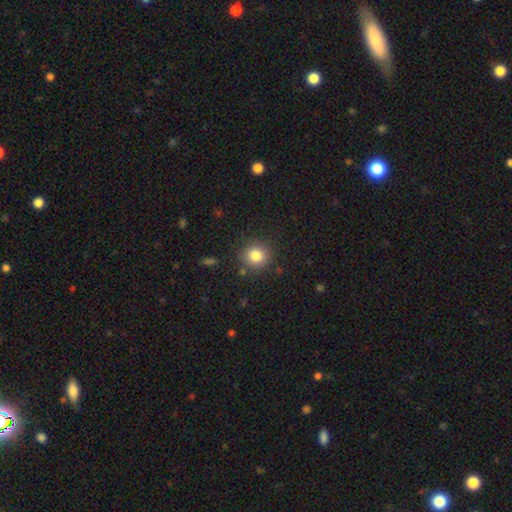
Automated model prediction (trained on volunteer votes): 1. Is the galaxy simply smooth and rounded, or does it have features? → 81% smooth, 12% star or artifact, 7% featured or disk.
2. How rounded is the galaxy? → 91% round, 8% in between, 1% cigar-shaped.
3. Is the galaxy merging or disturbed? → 87% none, 8% minor disturbance, 3% major disturbance, 3% merger.